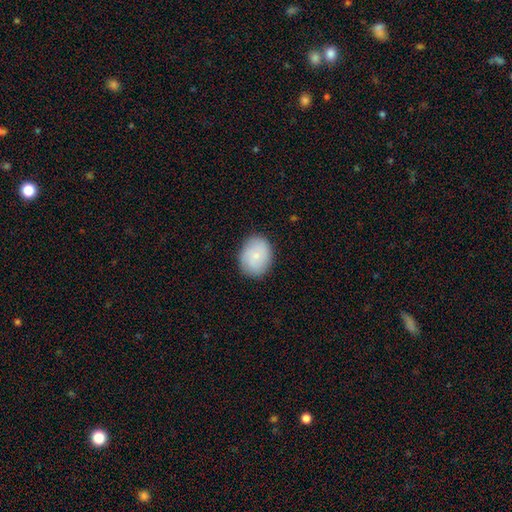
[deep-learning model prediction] smooth_or_featured: smooth (p=0.78) [alt: featured or disk p=0.15]
how_rounded: in between (p=0.56) [alt: round p=0.43]
merging: none (p=0.85) [alt: minor disturbance p=0.12]